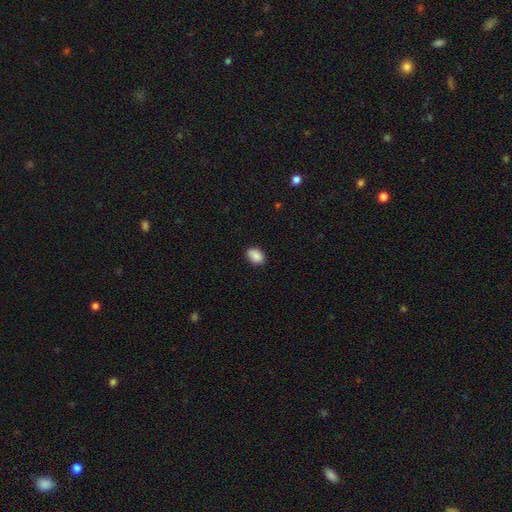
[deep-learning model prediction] Morphology: type=smooth (89%); roundness=in between (76%); merging=none (84%).